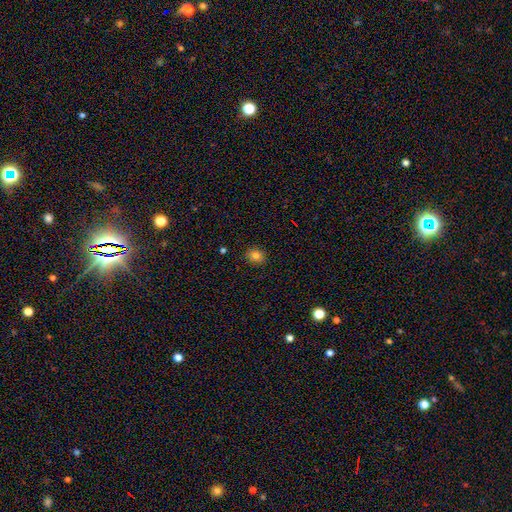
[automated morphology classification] smooth 80%, star or artifact 13%, featured or disk 8%. Down the decision tree: how rounded — round (74%); merging — none (89%).